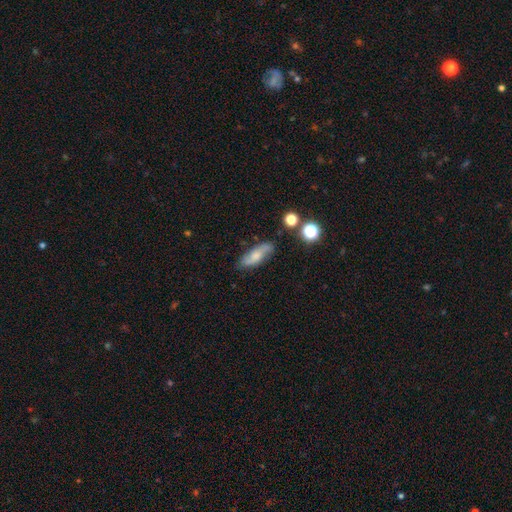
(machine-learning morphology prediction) smooth-or-featured: smooth: 58% | featured or disk: 33% | star or artifact: 9%
  how-rounded: in between: 58% | cigar-shaped: 39% | round: 4%
  merging: none: 75% | minor disturbance: 17% | major disturbance: 4% | merger: 3%